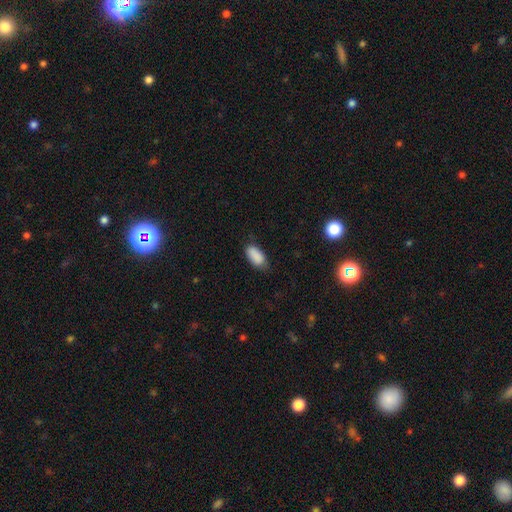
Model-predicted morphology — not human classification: Smooth or featured? Predicted: smooth (p=0.88). How rounded? Predicted: in between (p=0.93). Merging? Predicted: none (p=0.71).